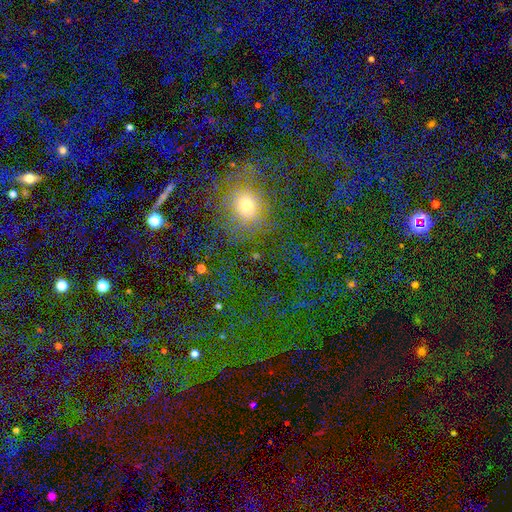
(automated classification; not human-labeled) Overall: star or artifact (42%; smooth 38%).